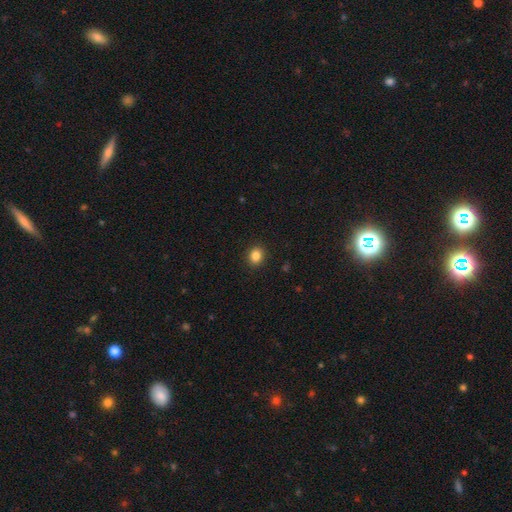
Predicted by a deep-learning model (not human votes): Smooth or featured? Predicted: smooth (p=0.85). How rounded? Predicted: round (p=0.65). Merging? Predicted: none (p=0.91).